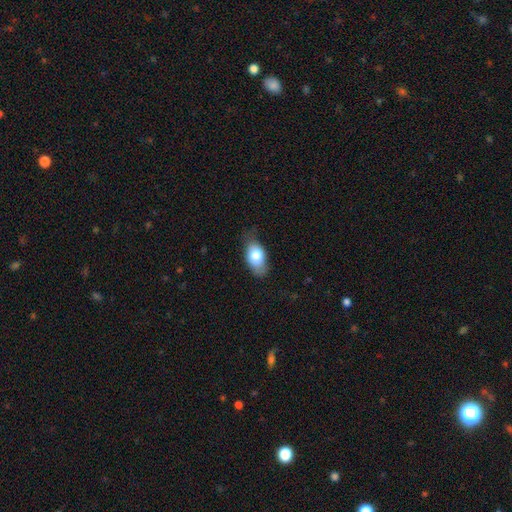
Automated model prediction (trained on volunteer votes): smooth 77%, featured or disk 16%, star or artifact 7%. Down the decision tree: how rounded — in between (89%); merging — none (68%).